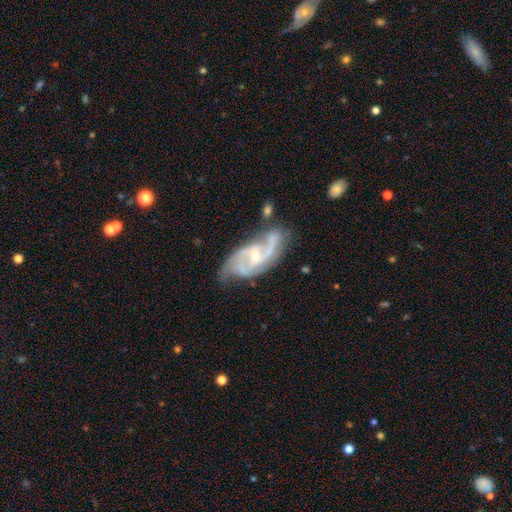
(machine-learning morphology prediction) A featured or disk galaxy (89%) with no bar (44%), 2 (55%) medium (52%) spiral arms (97%) and a small central bulge (65%).

Vote fractions:
- Smooth or featured? featured or disk: 89% / smooth: 5% / star or artifact: 5%
- Edge-on disk? no: 96% / yes: 4%
- Bar? no: 44% / weak: 40% / strong: 16%
- Spiral arms? yes: 97% / no: 3%
- Spiral winding? medium: 52% / tight: 30% / loose: 18%
- Spiral arm count? 2: 55% / 3: 25% / can't tell: 9% / 4: 4% / 1: 3% / more than 4: 3%
- Bulge size? small: 65% / moderate: 31% / none: 1% / large: 1% / dominant: 1%
- Merging? none: 56% / minor disturbance: 25% / major disturbance: 13% / merger: 6%